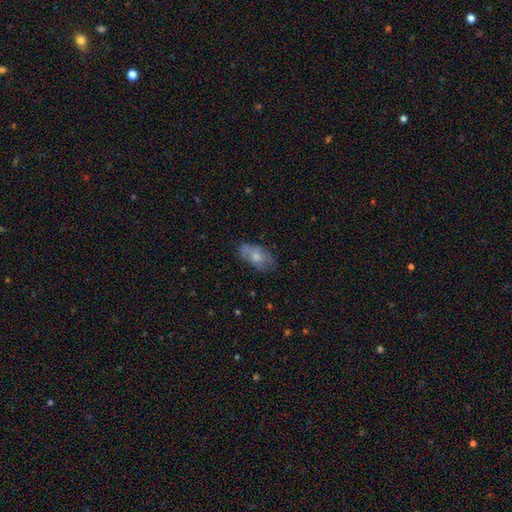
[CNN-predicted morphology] type=smooth (65%); roundness=in between (91%); merging=none (61%).